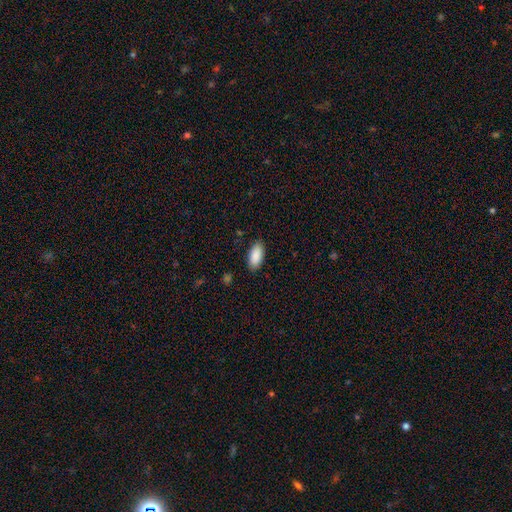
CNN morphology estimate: Smooth or featured?
  - smooth: 90% *
  - star or artifact: 6%
  - featured or disk: 4%
How rounded?
  - in between: 93% *
  - cigar-shaped: 6%
  - round: 2%
Merging?
  - none: 87% *
  - minor disturbance: 10%
  - major disturbance: 2%
  - merger: 1%